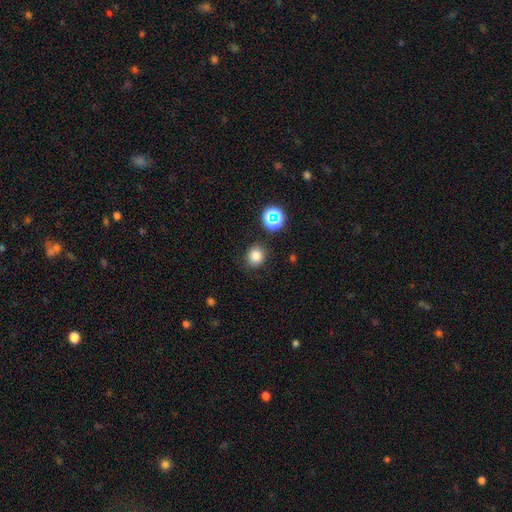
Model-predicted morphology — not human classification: Smooth or featured: smooth — 80% (star or artifact — 15%)
How rounded: round — 78% (in between — 21%)
Merging: none — 81% (minor disturbance — 12%)